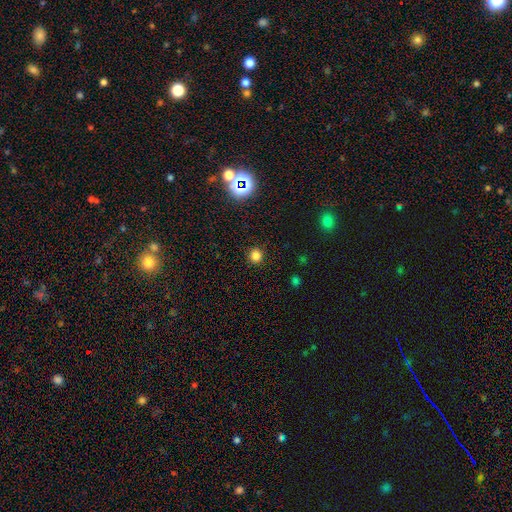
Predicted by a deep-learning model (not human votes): smooth_or_featured: smooth (p=0.79) [alt: star or artifact p=0.17]
how_rounded: round (p=0.92) [alt: in between p=0.07]
merging: none (p=0.91) [alt: minor disturbance p=0.06]